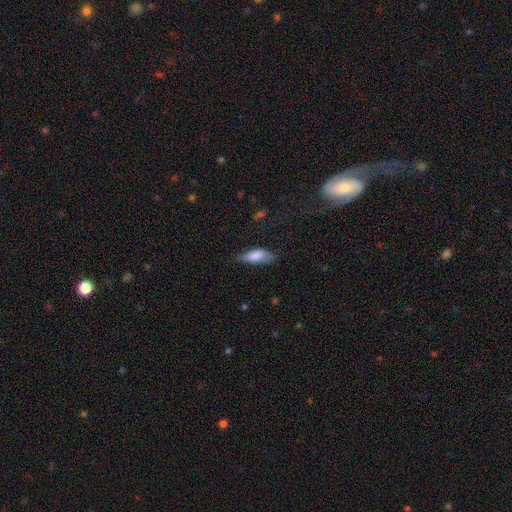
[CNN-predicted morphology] Smooth or featured?
  - smooth: 80% *
  - featured or disk: 13%
  - star or artifact: 7%
How rounded?
  - in between: 74% *
  - cigar-shaped: 23%
  - round: 2%
Merging?
  - none: 54% *
  - minor disturbance: 33%
  - major disturbance: 11%
  - merger: 2%